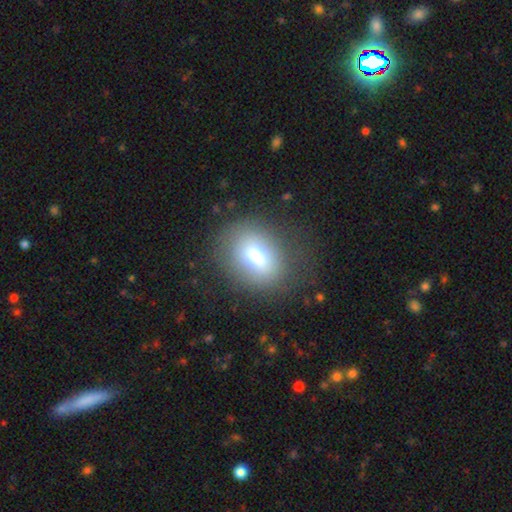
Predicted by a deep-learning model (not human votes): Smooth or featured? smooth (71%)
How rounded? in between (55%)
Merging? none (75%)